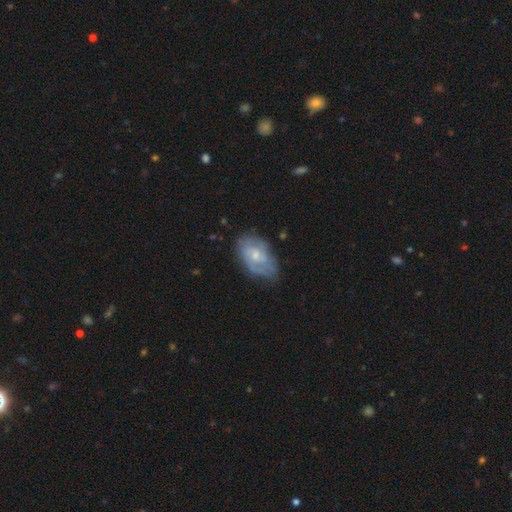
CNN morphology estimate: Smooth or featured: featured or disk — 57% (smooth — 37%)
Edge-on disk: no — 95% (yes — 5%)
Bar: no — 73% (weak — 24%)
Spiral arms: yes — 62% (no — 38%)
Bulge size: small — 54% (moderate — 40%)
Merging: none — 55% (minor disturbance — 31%)